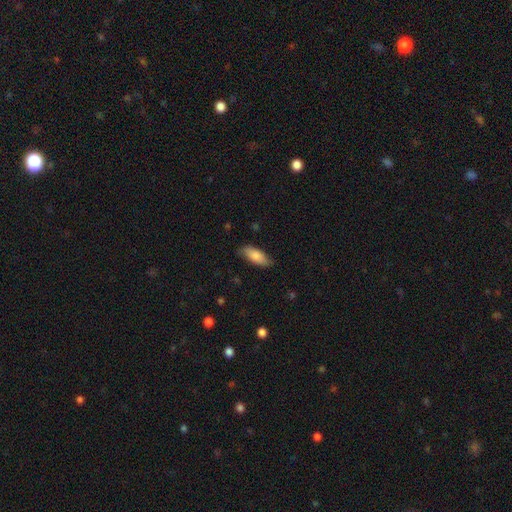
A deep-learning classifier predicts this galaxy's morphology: A smooth galaxy with no disk features (83%) that is in between round and cigar-shaped (76%). Merging: none (78%).